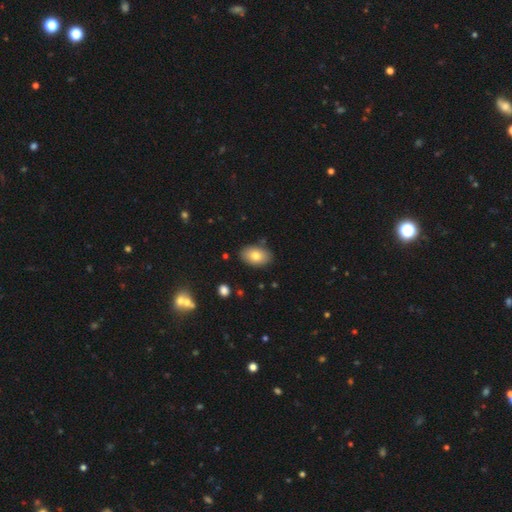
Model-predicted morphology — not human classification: Smooth or featured?
  - smooth: 78% *
  - featured or disk: 14%
  - star or artifact: 8%
How rounded?
  - in between: 89% *
  - round: 10%
  - cigar-shaped: 1%
Merging?
  - none: 85% *
  - minor disturbance: 11%
  - major disturbance: 2%
  - merger: 2%